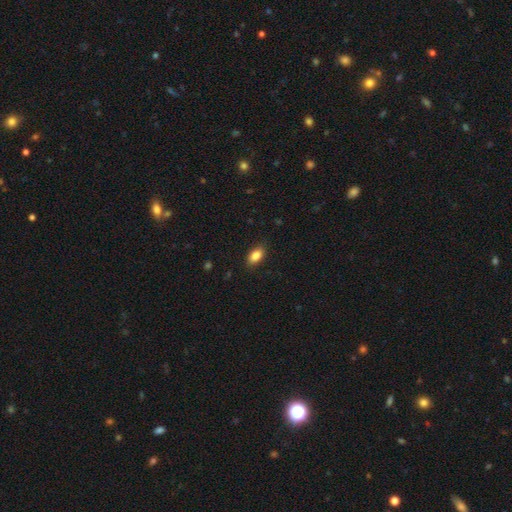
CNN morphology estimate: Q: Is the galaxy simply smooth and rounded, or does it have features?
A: smooth — 85%.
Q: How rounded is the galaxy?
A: in between — 90%.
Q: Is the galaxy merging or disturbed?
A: none — 88%.